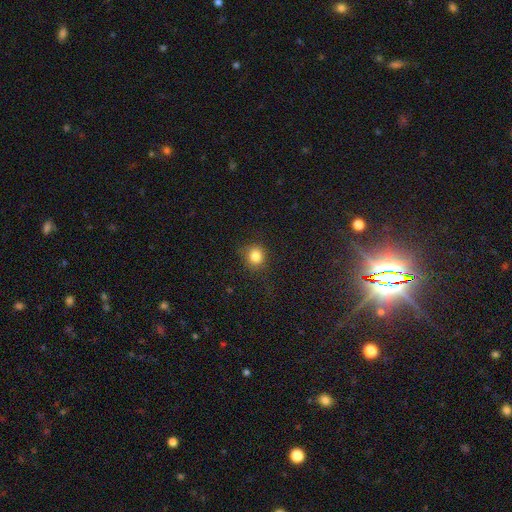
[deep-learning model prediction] Overall: smooth (83%). How rounded: round (84%). Merging: none (81%).